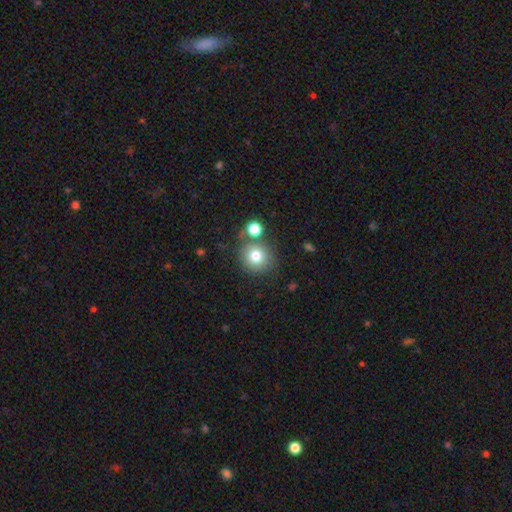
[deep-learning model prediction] smooth-or-featured: smooth: 76% | star or artifact: 12% | featured or disk: 11%
  how-rounded: round: 88% | in between: 11% | cigar-shaped: 1%
  merging: none: 70% | merger: 15% | minor disturbance: 11% | major disturbance: 4%